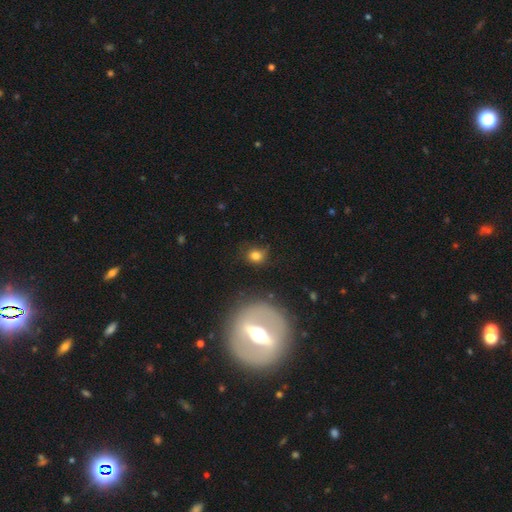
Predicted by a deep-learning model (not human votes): smooth_or_featured: smooth (p=0.78) [alt: star or artifact p=0.13]
how_rounded: round (p=0.71) [alt: in between p=0.28]
merging: none (p=0.66) [alt: minor disturbance p=0.20]